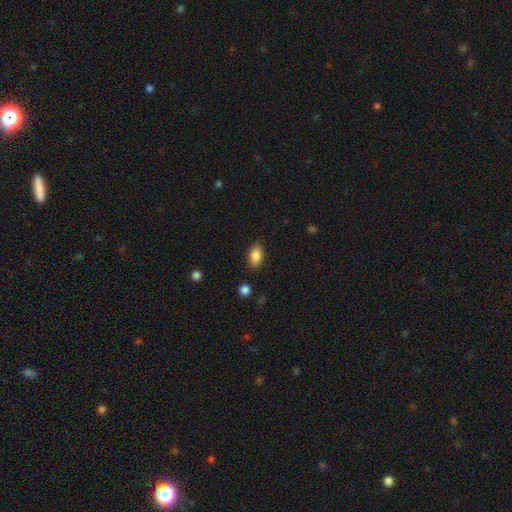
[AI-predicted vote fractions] This is clearly a smooth galaxy (86%). How rounded: clearly in between (90%). Merging: clearly none (86%).